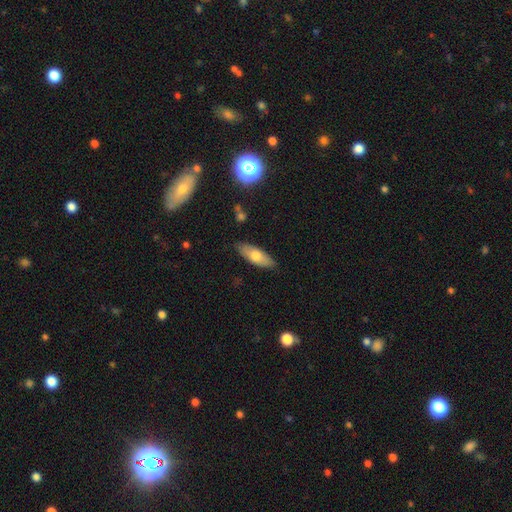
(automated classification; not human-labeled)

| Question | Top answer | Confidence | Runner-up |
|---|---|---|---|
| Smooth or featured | smooth | 70% | featured or disk (24%) |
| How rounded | in between | 70% | cigar-shaped (28%) |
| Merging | none | 85% | minor disturbance (12%) |